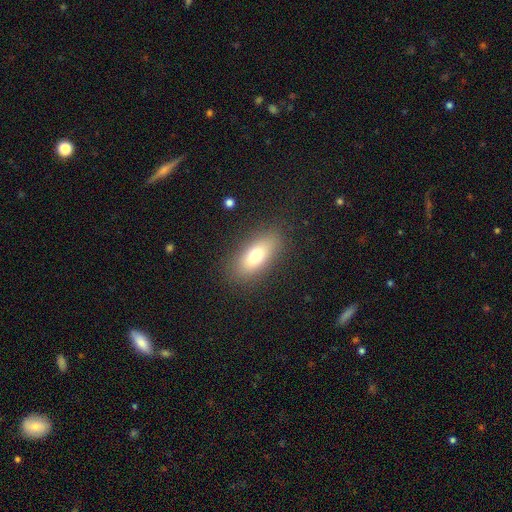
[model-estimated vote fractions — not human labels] A smooth galaxy with no disk features (76%) that is in between round and cigar-shaped (81%). Merging: none (85%).